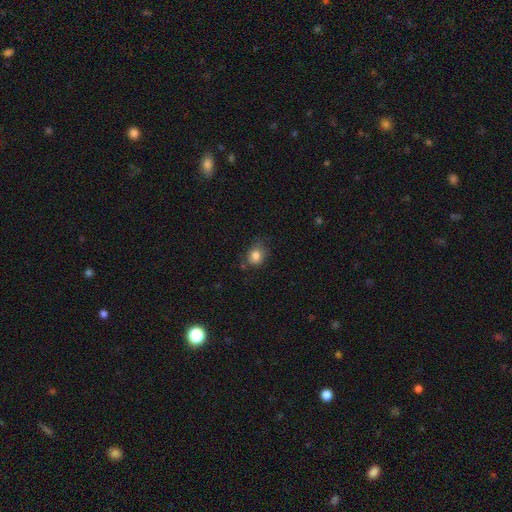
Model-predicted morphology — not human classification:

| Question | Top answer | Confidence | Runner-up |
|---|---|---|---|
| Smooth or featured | smooth | 82% | star or artifact (10%) |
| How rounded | round | 60% | in between (39%) |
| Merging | none | 64% | minor disturbance (26%) |